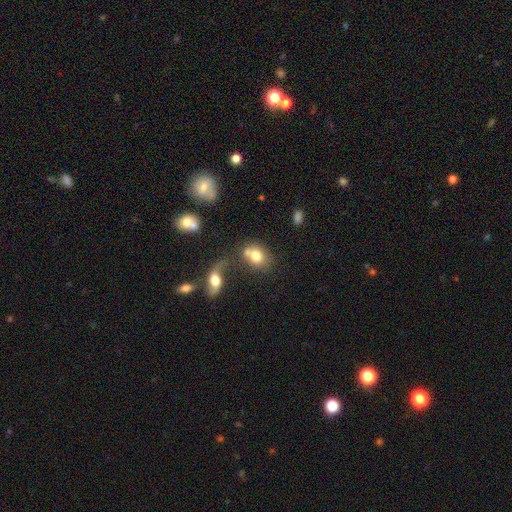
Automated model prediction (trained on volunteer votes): Smooth or featured: smooth — 73% (featured or disk — 18%)
How rounded: in between — 55% (round — 44%)
Merging: none — 39% (merger — 38%)